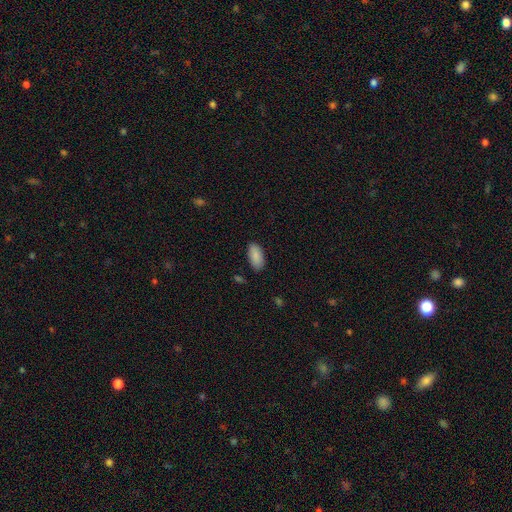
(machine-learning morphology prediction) This is clearly a smooth galaxy (89%). How rounded: clearly in between (92%). Merging: clearly none (85%).